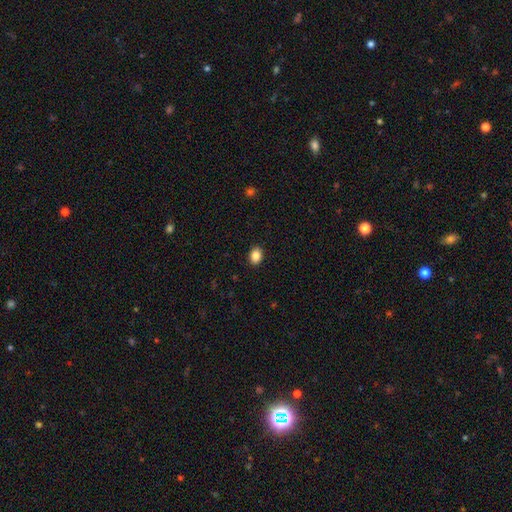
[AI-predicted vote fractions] smooth-or-featured: smooth: 86% | star or artifact: 9% | featured or disk: 5%
  how-rounded: in between: 66% | round: 33% | cigar-shaped: 1%
  merging: none: 91% | minor disturbance: 7% | major disturbance: 2% | merger: 1%